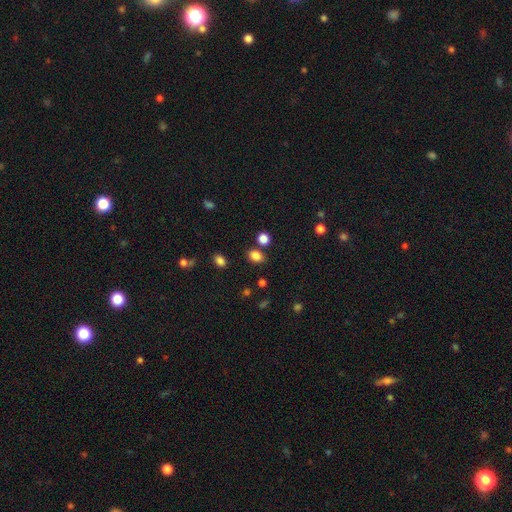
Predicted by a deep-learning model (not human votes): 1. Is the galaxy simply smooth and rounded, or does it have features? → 83% smooth, 13% star or artifact, 5% featured or disk.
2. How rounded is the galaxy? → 61% in between, 38% round, 1% cigar-shaped.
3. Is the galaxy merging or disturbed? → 78% none, 10% minor disturbance, 9% merger, 3% major disturbance.